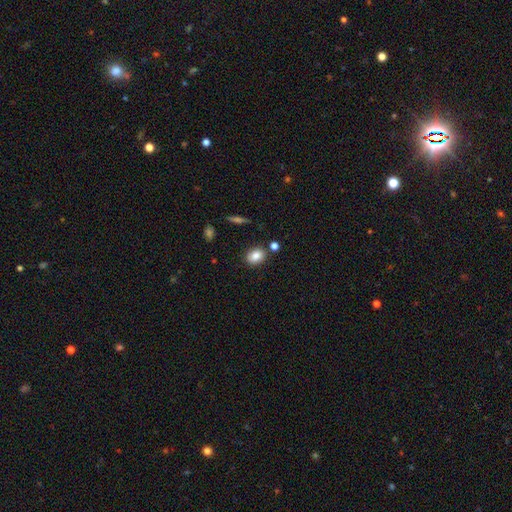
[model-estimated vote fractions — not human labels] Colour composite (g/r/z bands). It shows a smooth galaxy with no disk features (83%) that is in between round and cigar-shaped (65%). Merging: none (81%).